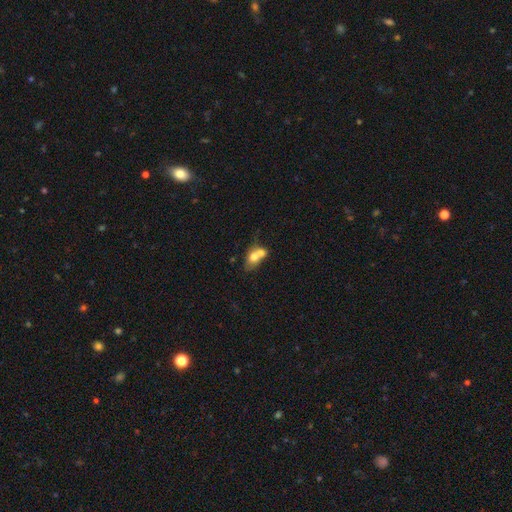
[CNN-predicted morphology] Q: Smooth or featured?
A: smooth (66%); runner-up: featured or disk (25%)
Q: How rounded?
A: in between (56%); runner-up: round (41%)
Q: Merging?
A: merger (70%); runner-up: none (18%)